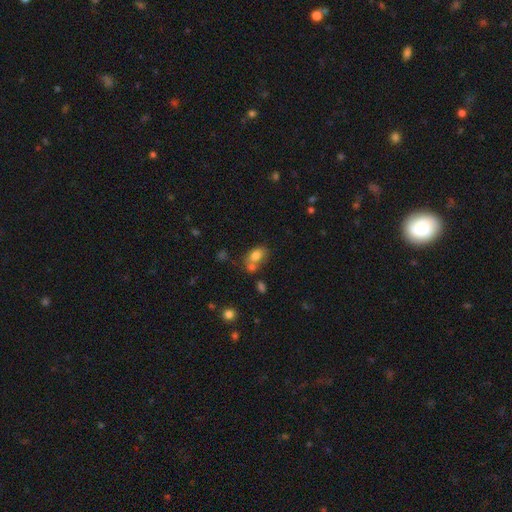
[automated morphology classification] smooth 77%, featured or disk 13%, star or artifact 11%. Down the decision tree: how rounded — in between (78%); merging — none (42%).